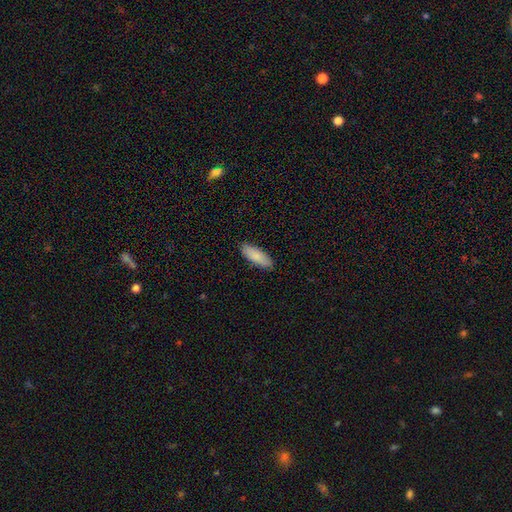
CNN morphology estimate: A smooth galaxy with no disk features (86%) that is in between round and cigar-shaped (63%). Merging: none (88%).